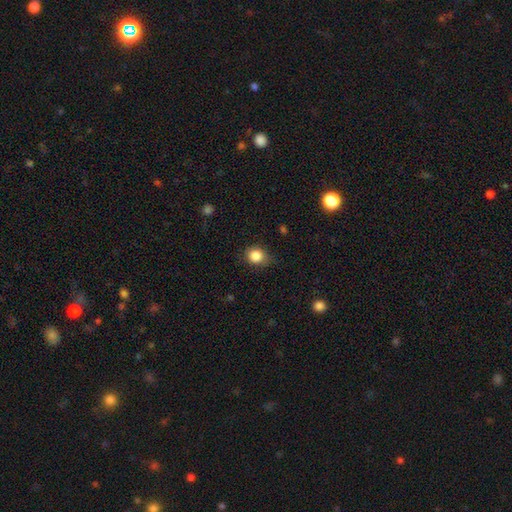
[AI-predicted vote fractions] This appears to be a smooth galaxy with no disk features (85%) that is round (73%). Merging: none (74%).